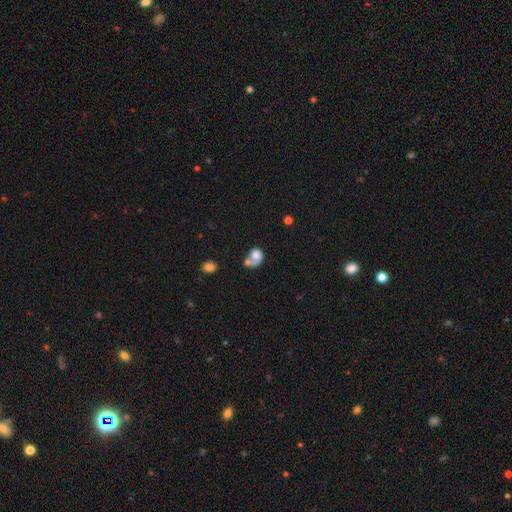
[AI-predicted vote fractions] A smooth galaxy with no disk features (68%) that is round (52%). Merging: merger (52%).